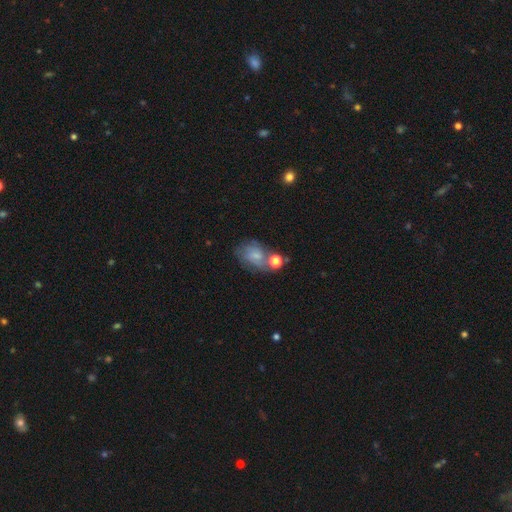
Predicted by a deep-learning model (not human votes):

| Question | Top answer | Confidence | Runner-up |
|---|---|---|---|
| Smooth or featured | smooth | 55% | featured or disk (33%) |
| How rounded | in between | 71% | round (27%) |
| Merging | none | 39% | merger (23%) |